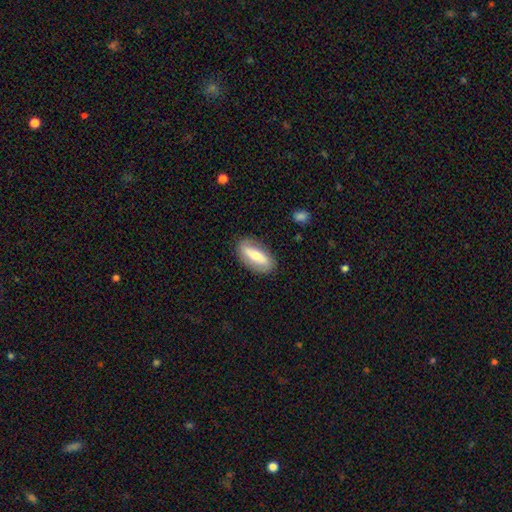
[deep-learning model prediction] This appears to be a smooth galaxy with no disk features (52%) that is in between round and cigar-shaped (76%). Merging: none (83%).